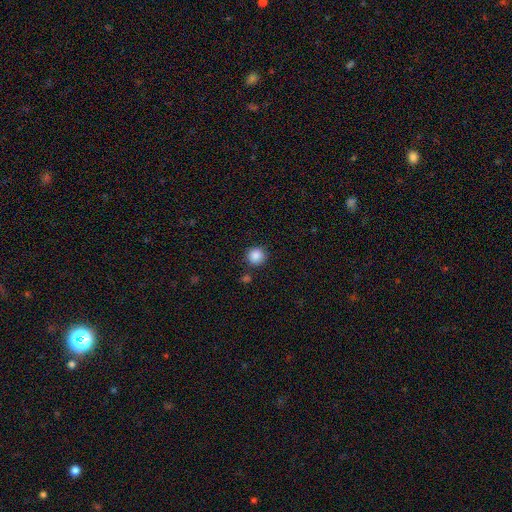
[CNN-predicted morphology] Smooth or featured: smooth — 88% (star or artifact — 9%)
How rounded: round — 93% (in between — 6%)
Merging: none — 86% (minor disturbance — 8%)